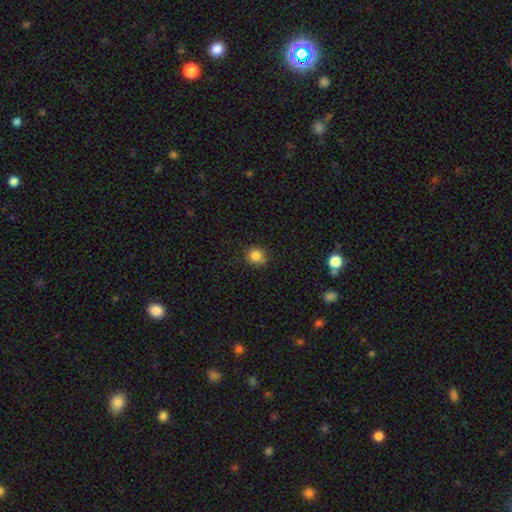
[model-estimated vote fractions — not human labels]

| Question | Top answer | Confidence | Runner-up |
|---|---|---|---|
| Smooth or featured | smooth | 83% | star or artifact (12%) |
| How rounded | round | 77% | in between (22%) |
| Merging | none | 81% | minor disturbance (15%) |